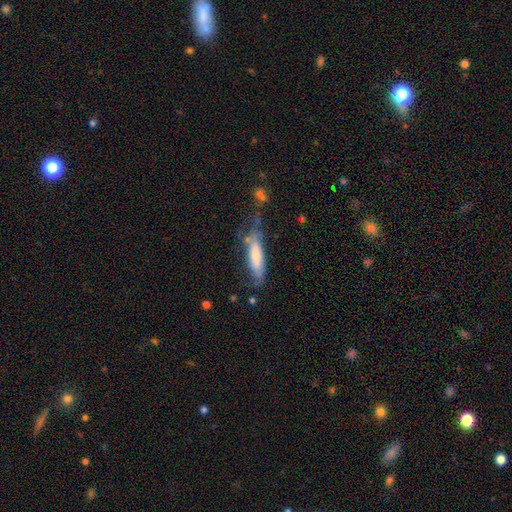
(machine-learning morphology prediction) Smooth or featured: smooth — 62% (featured or disk — 31%)
How rounded: cigar-shaped — 63% (in between — 36%)
Merging: none — 43% (minor disturbance — 29%)